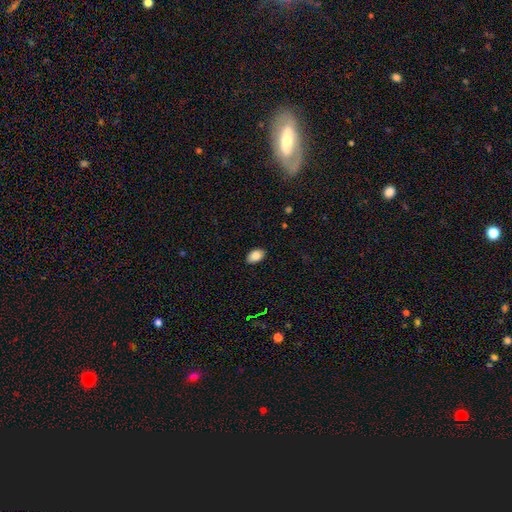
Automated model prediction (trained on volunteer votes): A smooth galaxy with no disk features (85%) that is in between round and cigar-shaped (91%). Merging: none (88%).